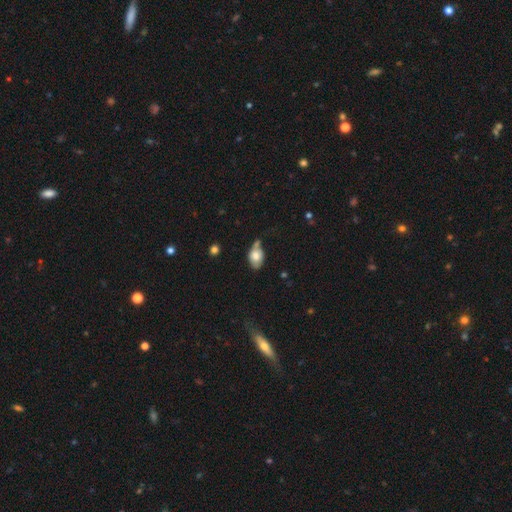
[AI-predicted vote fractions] Q: Smooth or featured?
A: smooth (75%); runner-up: featured or disk (17%)
Q: How rounded?
A: in between (83%); runner-up: round (15%)
Q: Merging?
A: none (46%); runner-up: minor disturbance (27%)